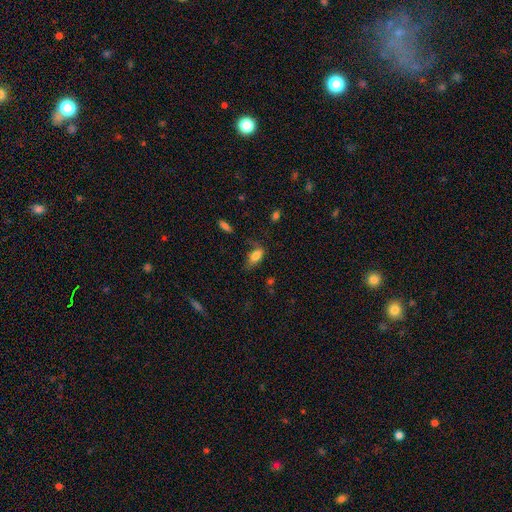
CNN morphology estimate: Smooth or featured: smooth — 79% (featured or disk — 12%)
How rounded: in between — 85% (cigar-shaped — 10%)
Merging: none — 49% (minor disturbance — 32%)